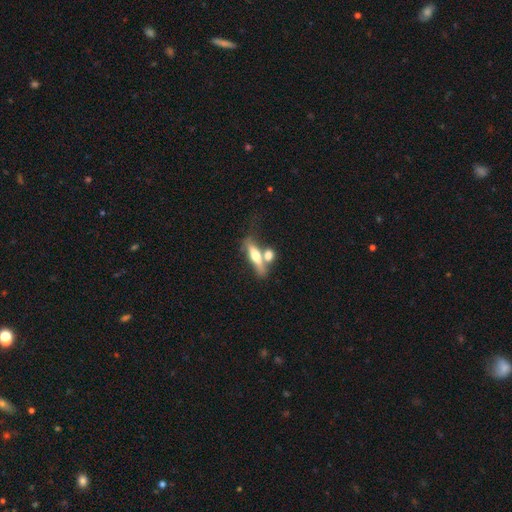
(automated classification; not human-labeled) Smooth or featured?
  - smooth: 50% *
  - featured or disk: 43%
  - star or artifact: 7%
Merging?
  - none: 41% *
  - merger: 38%
  - minor disturbance: 13%
  - major disturbance: 8%